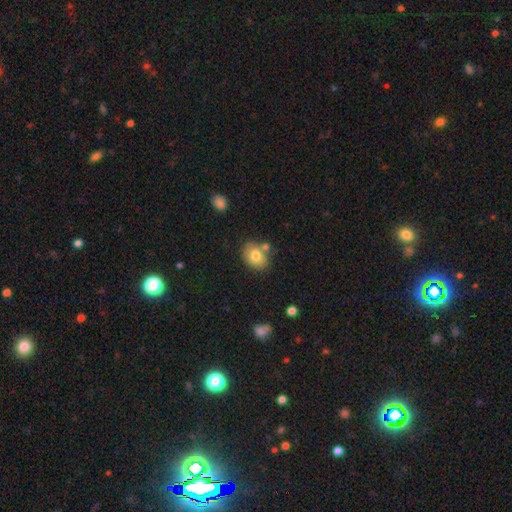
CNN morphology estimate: A smooth galaxy with no disk features (77%) that is in between round and cigar-shaped (58%).

Vote fractions:
- Smooth or featured? smooth: 77% / featured or disk: 14% / star or artifact: 9%
- How rounded? in between: 58% / round: 41% / cigar-shaped: 1%
- Merging? none: 66% / minor disturbance: 15% / merger: 15% / major disturbance: 4%